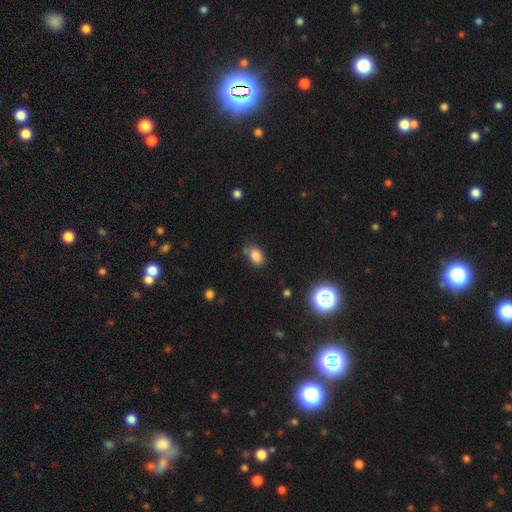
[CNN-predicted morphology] smooth_or_featured: smooth (p=0.82) [alt: star or artifact p=0.12]
how_rounded: in between (p=0.77) [alt: round p=0.22]
merging: none (p=0.68) [alt: minor disturbance p=0.20]